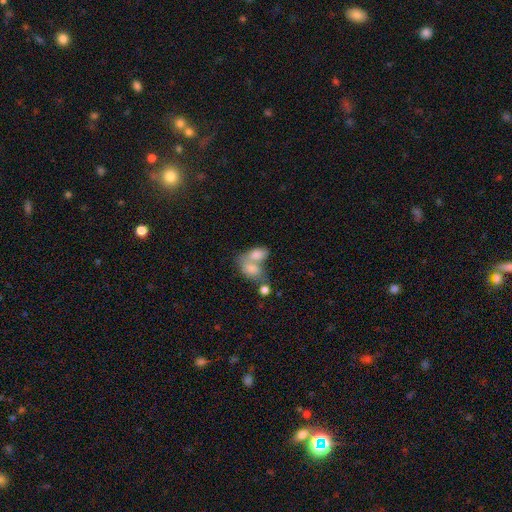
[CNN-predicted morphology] Q: Smooth or featured?
A: smooth (75%); runner-up: featured or disk (16%)
Q: How rounded?
A: in between (86%); runner-up: round (12%)
Q: Merging?
A: merger (67%); runner-up: none (20%)